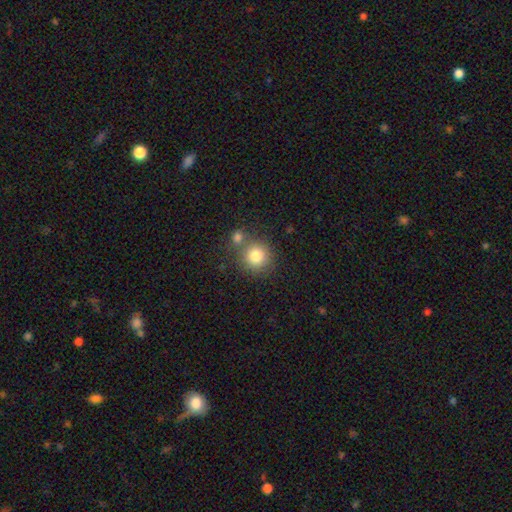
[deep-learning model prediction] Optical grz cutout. It shows a smooth galaxy with no disk features (80%) that is round (91%). Merging: none (66%).